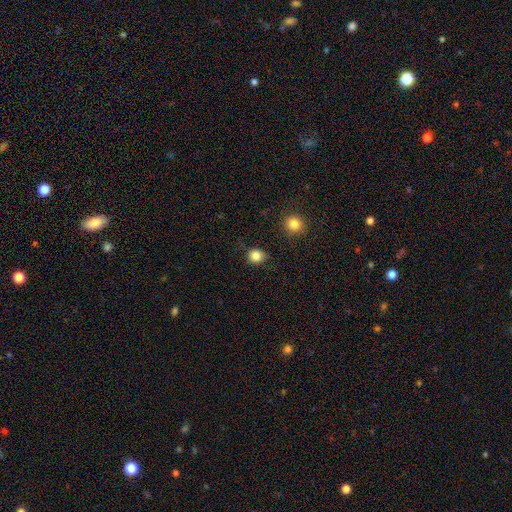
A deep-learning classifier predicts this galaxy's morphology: Smooth or featured?
  - smooth: 85% *
  - star or artifact: 11%
  - featured or disk: 4%
How rounded?
  - round: 77% *
  - in between: 22%
  - cigar-shaped: 1%
Merging?
  - none: 83% *
  - minor disturbance: 12%
  - major disturbance: 3%
  - merger: 2%